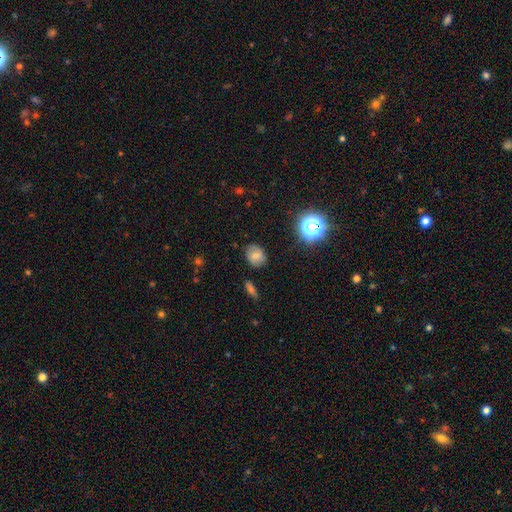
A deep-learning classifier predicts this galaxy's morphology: smooth-or-featured: smooth: 63% | featured or disk: 21% | star or artifact: 16%
  how-rounded: round: 53% | in between: 46% | cigar-shaped: 1%
  merging: none: 79% | minor disturbance: 15% | major disturbance: 4% | merger: 2%